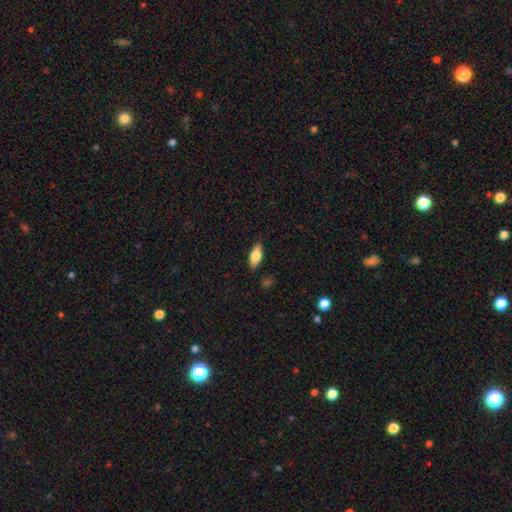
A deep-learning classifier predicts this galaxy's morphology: Smooth or featured: smooth — 75% (featured or disk — 19%)
How rounded: in between — 79% (cigar-shaped — 18%)
Merging: none — 84% (minor disturbance — 12%)